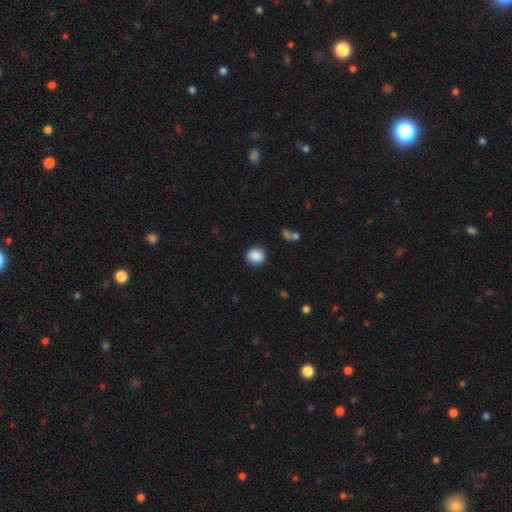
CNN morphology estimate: smooth 87%, star or artifact 8%, featured or disk 4%. Down the decision tree: how rounded — round (76%); merging — none (88%).